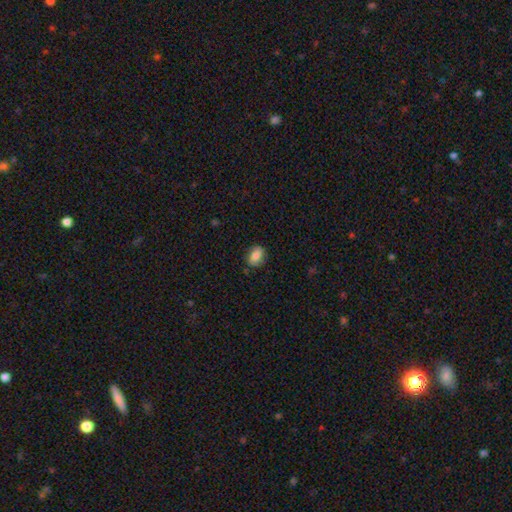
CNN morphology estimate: This appears to be a smooth galaxy with no disk features (73%) that is in between round and cigar-shaped (71%). Merging: none (78%).